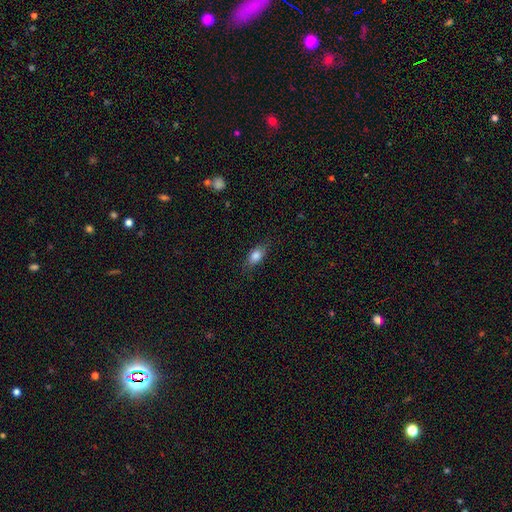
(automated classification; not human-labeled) A smooth galaxy with no disk features (82%) that is in between round and cigar-shaped (82%). Merging: none (77%).